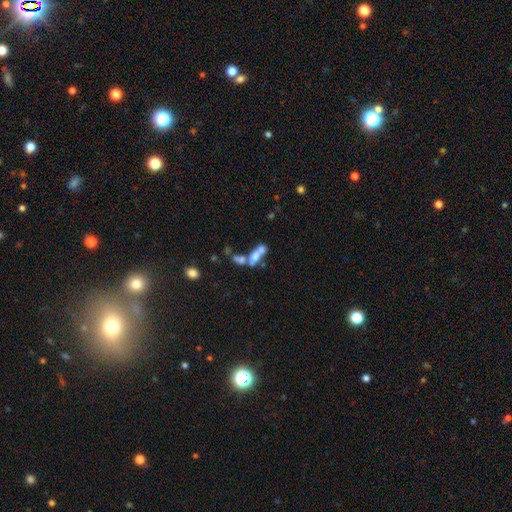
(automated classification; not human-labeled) Morphology: type=smooth (49%); merging=merger (64%).